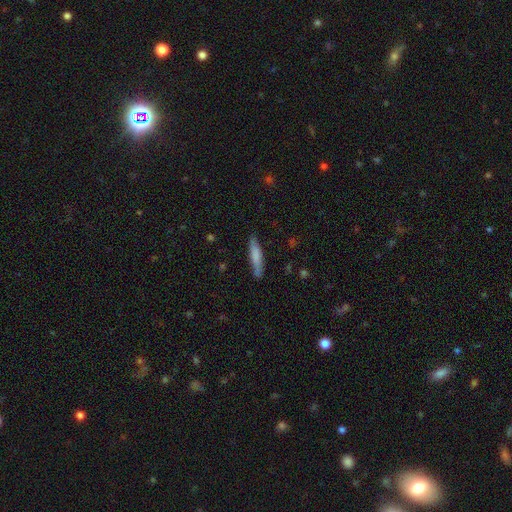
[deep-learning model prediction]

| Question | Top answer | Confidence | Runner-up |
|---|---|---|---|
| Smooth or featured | smooth | 72% | featured or disk (22%) |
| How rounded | cigar-shaped | 85% | in between (13%) |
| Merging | none | 78% | minor disturbance (16%) |